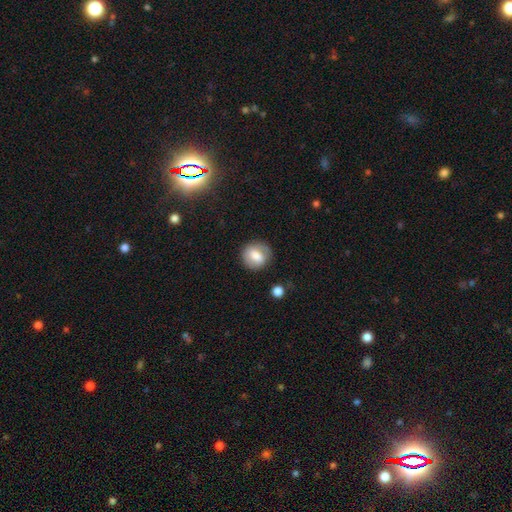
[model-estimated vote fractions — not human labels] Q: Smooth or featured?
A: smooth (67%); runner-up: featured or disk (25%)
Q: How rounded?
A: round (80%); runner-up: in between (19%)
Q: Merging?
A: none (79%); runner-up: minor disturbance (14%)